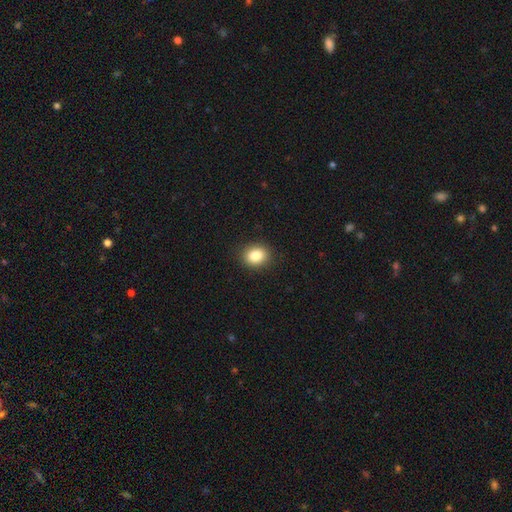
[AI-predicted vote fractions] Q: Smooth or featured?
A: smooth (85%); runner-up: star or artifact (10%)
Q: How rounded?
A: round (56%); runner-up: in between (43%)
Q: Merging?
A: none (90%); runner-up: minor disturbance (7%)